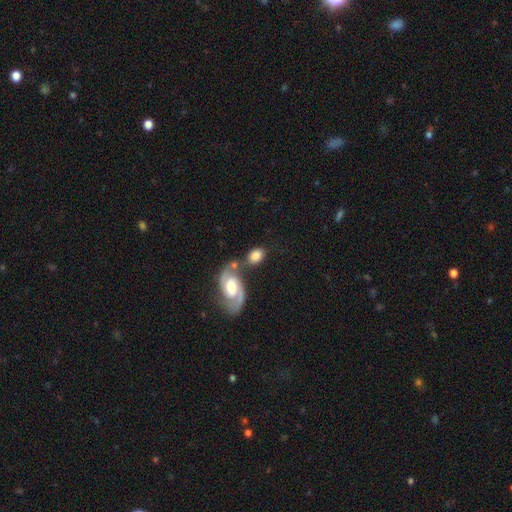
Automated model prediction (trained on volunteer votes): This is likely a smooth galaxy (61%). How rounded: clearly in between (82%). Merging: marginally none (44%).